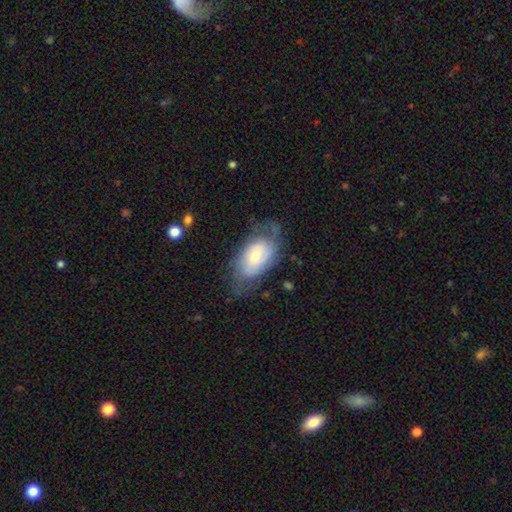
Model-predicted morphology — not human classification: Smooth or featured? Predicted: featured or disk (p=0.47). Merging? Predicted: none (p=0.54).